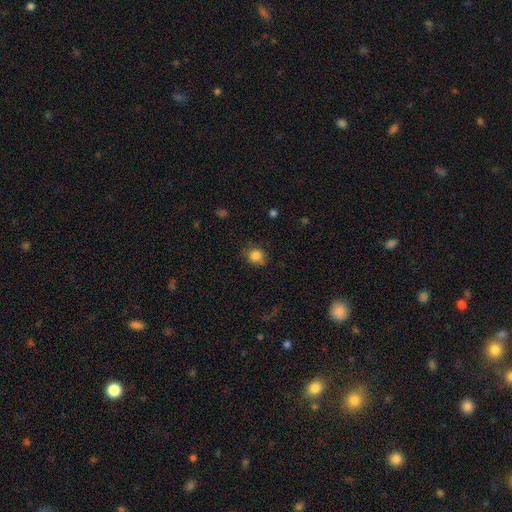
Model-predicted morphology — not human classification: Smooth or featured? Predicted: smooth (p=0.83). How rounded? Predicted: round (p=0.80). Merging? Predicted: none (p=0.73).